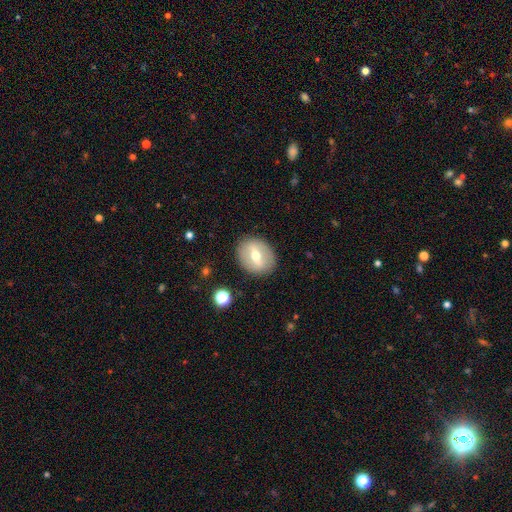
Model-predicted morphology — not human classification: A featured or disk galaxy (51%).

Vote fractions:
- Smooth or featured? featured or disk: 51% / smooth: 41% / star or artifact: 8%
- Edge-on disk? no: 84% / yes: 16%
- Merging? none: 87% / minor disturbance: 9% / major disturbance: 3% / merger: 1%